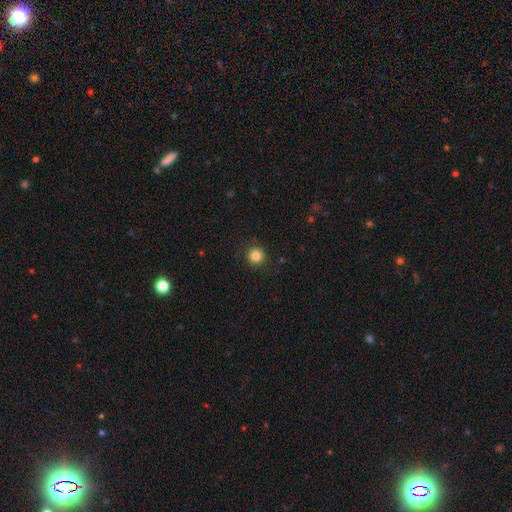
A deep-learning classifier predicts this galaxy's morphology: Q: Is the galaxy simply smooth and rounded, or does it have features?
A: smooth — 83%.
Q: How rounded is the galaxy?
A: round — 95%.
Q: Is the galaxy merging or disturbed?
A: none — 92%.